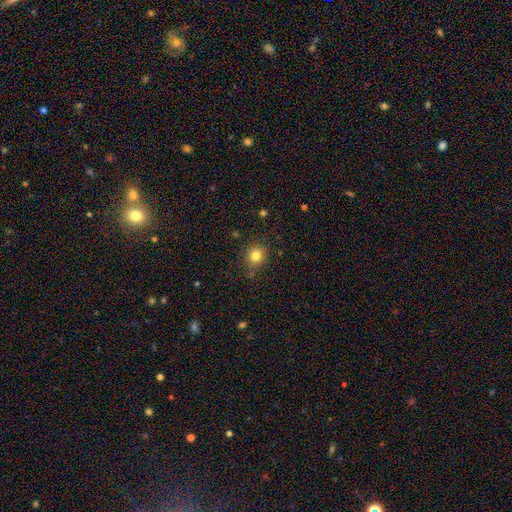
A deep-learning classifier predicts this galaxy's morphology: A smooth galaxy with no disk features (81%) that is round (88%). Merging: none (83%).